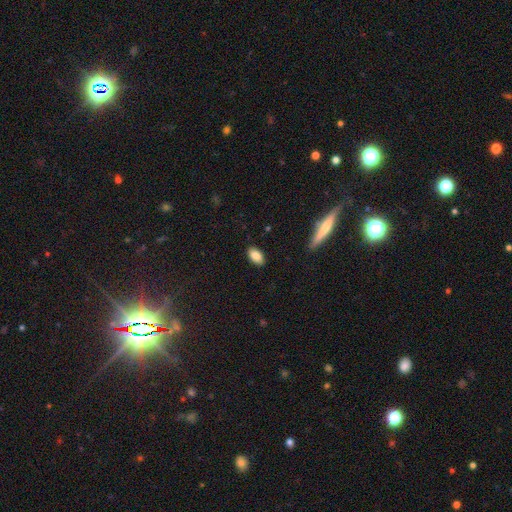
Smooth or featured?
  - smooth: 87% *
  - featured or disk: 8%
  - star or artifact: 5%
How rounded?
  - in between: 91% *
  - cigar-shaped: 9%
  - round: 0%
Merging?
  - none: 92% *
  - minor disturbance: 5%
  - major disturbance: 3%
  - merger: 0%